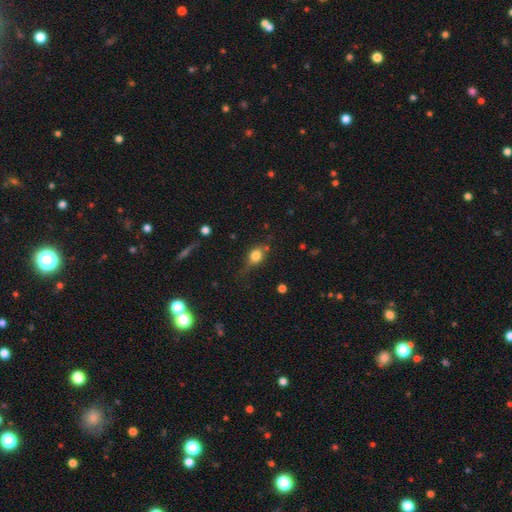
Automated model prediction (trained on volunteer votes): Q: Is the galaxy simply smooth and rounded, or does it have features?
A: smooth — 75%.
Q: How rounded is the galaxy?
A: round — 55%.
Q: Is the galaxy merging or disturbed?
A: none — 56%.